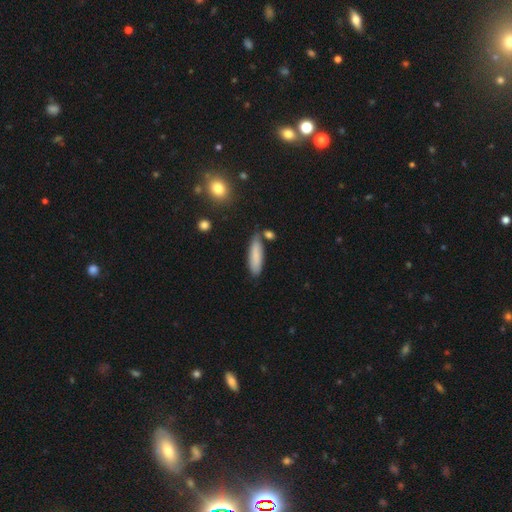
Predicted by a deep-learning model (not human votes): A smooth galaxy with no disk features (82%) that is cigar-shaped (65%).

Vote fractions:
- Smooth or featured? smooth: 82% / featured or disk: 11% / star or artifact: 7%
- How rounded? cigar-shaped: 65% / in between: 33% / round: 2%
- Merging? none: 75% / minor disturbance: 15% / merger: 6% / major disturbance: 3%